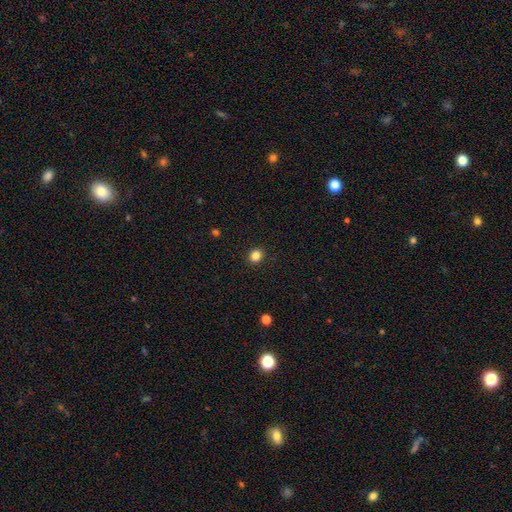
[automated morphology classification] The model was most divided on "how rounded": round: 84%, in between: 15%, cigar-shaped: 1%. More confident: merging — none (92%); smooth or featured — smooth (84%).